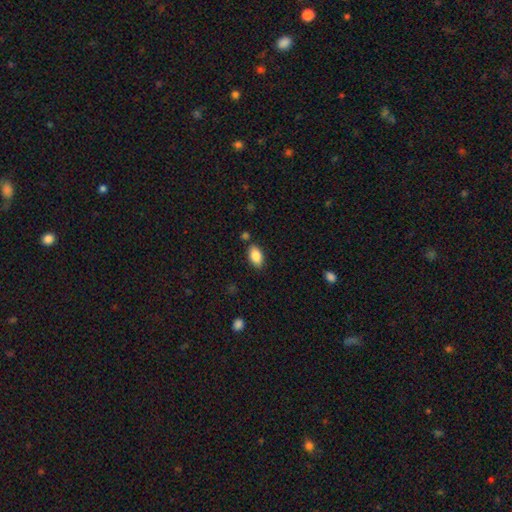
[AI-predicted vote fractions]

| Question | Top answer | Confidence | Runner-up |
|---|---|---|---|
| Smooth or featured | smooth | 86% | star or artifact (7%) |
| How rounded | in between | 92% | round (5%) |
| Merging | none | 82% | minor disturbance (12%) |